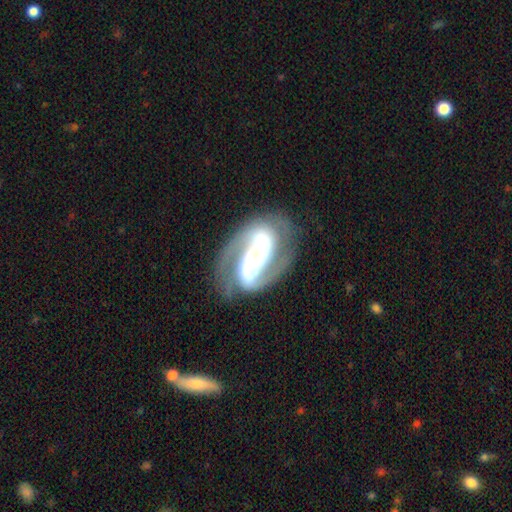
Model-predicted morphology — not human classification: Q: Smooth or featured?
A: featured or disk (89%); runner-up: smooth (6%)
Q: Edge-on disk?
A: no (97%); runner-up: yes (3%)
Q: Bar?
A: strong (50%); runner-up: weak (27%)
Q: Spiral arms?
A: yes (97%); runner-up: no (3%)
Q: Spiral winding?
A: medium (51%); runner-up: tight (32%)
Q: Spiral arm count?
A: 2 (90%); runner-up: can't tell (3%)
Q: Bulge size?
A: moderate (44%); runner-up: small (42%)
Q: Merging?
A: none (73%); runner-up: minor disturbance (16%)